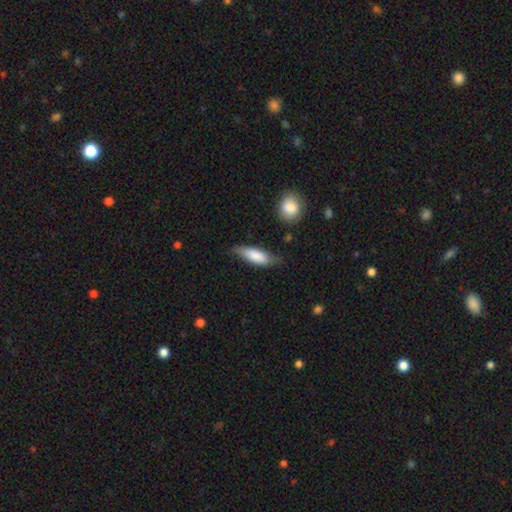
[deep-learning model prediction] Overall: smooth (77%). How rounded: in between (60%; cigar-shaped 38%). Merging: none (62%; minor disturbance 28%).